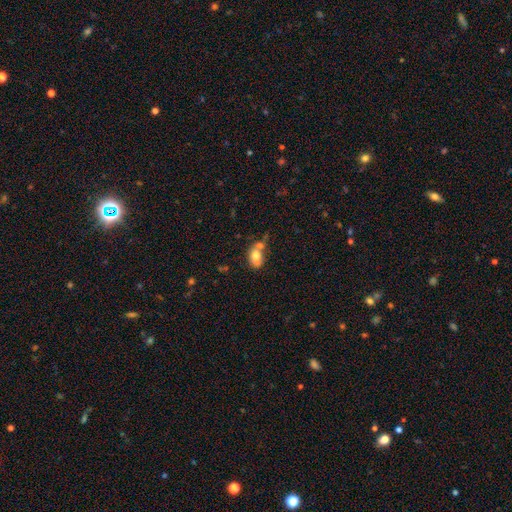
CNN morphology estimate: smooth_or_featured: smooth (p=0.74) [alt: featured or disk p=0.17]
how_rounded: in between (p=0.78) [alt: round p=0.21]
merging: merger (p=0.42) [alt: none p=0.33]